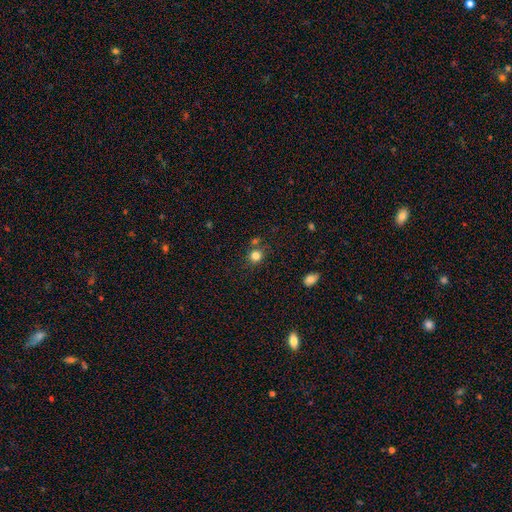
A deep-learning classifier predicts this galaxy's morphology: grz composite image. It shows a smooth galaxy with no disk features (82%) that is round (88%). Merging: none (74%).